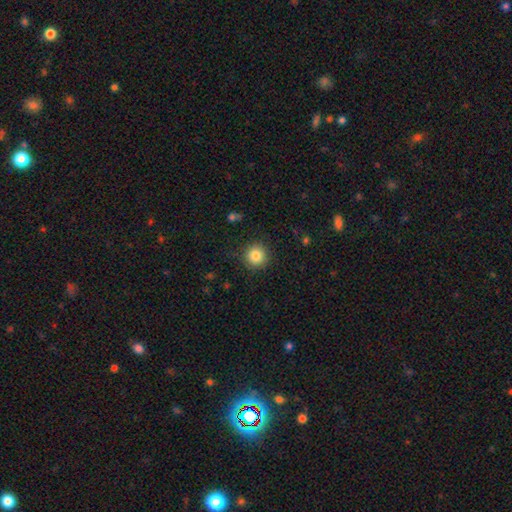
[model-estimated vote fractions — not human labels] Overall: smooth (84%). How rounded: round (94%). Merging: none (90%).